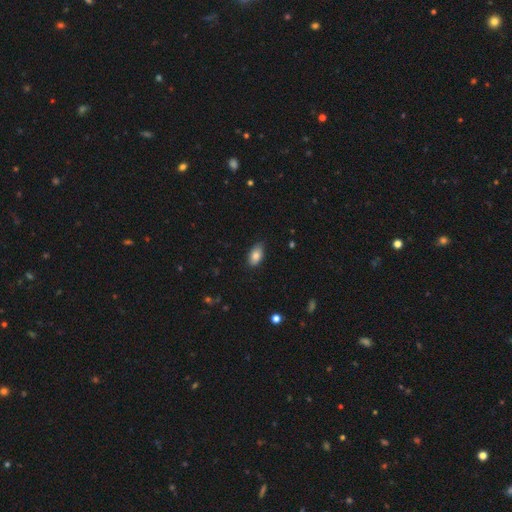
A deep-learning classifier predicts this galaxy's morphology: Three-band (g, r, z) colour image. It shows a smooth galaxy with no disk features (83%) that is in between round and cigar-shaped (92%). Merging: none (81%).